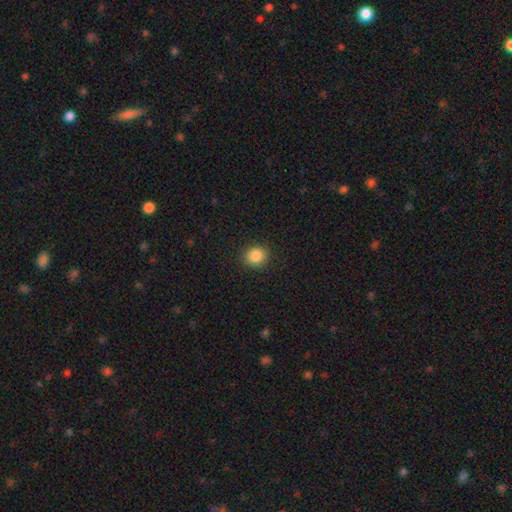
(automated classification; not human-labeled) Q: Smooth or featured?
A: smooth (86%); runner-up: star or artifact (10%)
Q: How rounded?
A: round (82%); runner-up: in between (17%)
Q: Merging?
A: none (90%); runner-up: minor disturbance (7%)